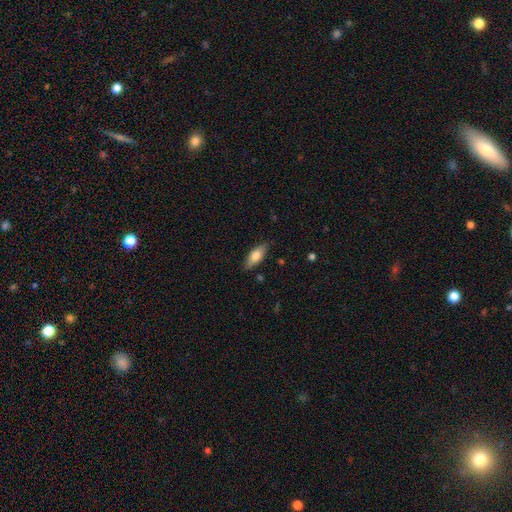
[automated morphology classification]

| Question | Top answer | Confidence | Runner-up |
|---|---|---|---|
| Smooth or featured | smooth | 75% | featured or disk (19%) |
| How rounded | in between | 77% | cigar-shaped (21%) |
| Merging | none | 84% | minor disturbance (12%) |